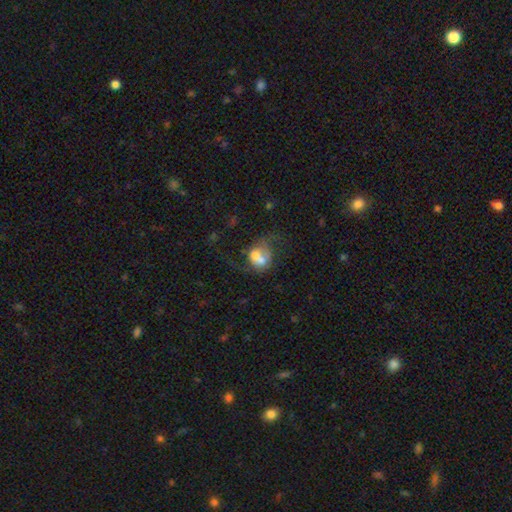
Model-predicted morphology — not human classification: type=smooth (57%); roundness=round (50%); merging=merger (55%).